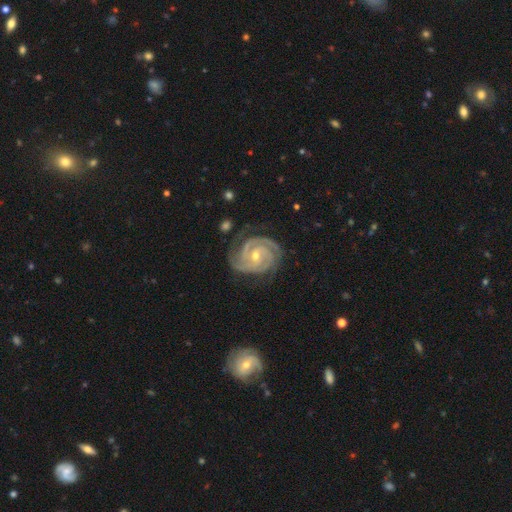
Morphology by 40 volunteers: A featured or disk galaxy (95%) with no bar (66%), 3 (55%) tight (89%) spiral arms (100%) and a small central bulge (74%).

Vote fractions:
- Smooth or featured? featured or disk: 95% / smooth: 2% / star or artifact: 2%
- Edge-on disk? no: 100% / yes: 0%
- Bar? no: 66% / weak: 24% / strong: 11%
- Spiral arms? yes: 100% / no: 0%
- Spiral winding? tight: 89% / medium: 11% / loose: 0%
- Spiral arm count? 3: 55% / 2: 18% / 4: 13% / can't tell: 13% / 1: 0% / more than 4: 0%
- Bulge size? small: 74% / moderate: 26% / dominant: 0% / large: 0% / none: 0%
- Merging? none: 69% / minor disturbance: 26% / major disturbance: 5% / merger: 0%